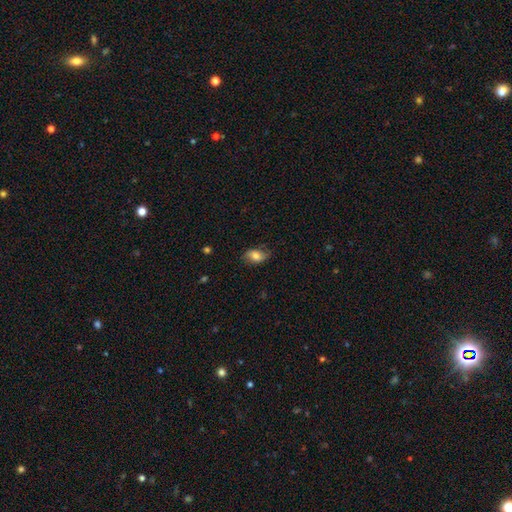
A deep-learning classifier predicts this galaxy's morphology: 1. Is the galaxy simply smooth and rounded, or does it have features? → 71% smooth, 21% featured or disk, 8% star or artifact.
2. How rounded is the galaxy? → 86% in between, 12% round, 2% cigar-shaped.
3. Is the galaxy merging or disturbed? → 68% none, 24% minor disturbance, 7% major disturbance, 1% merger.